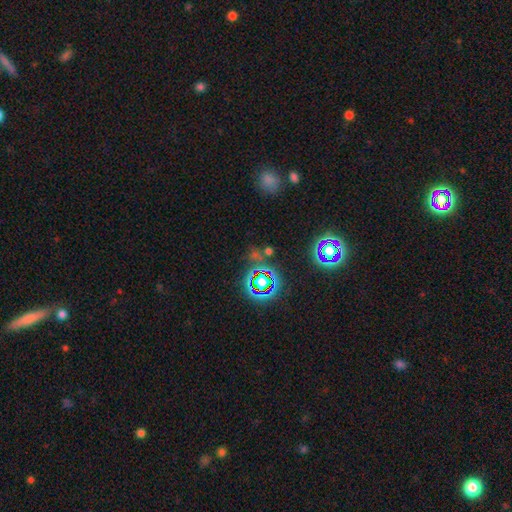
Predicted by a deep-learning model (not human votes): A star or artifact, not a galaxy (67%).